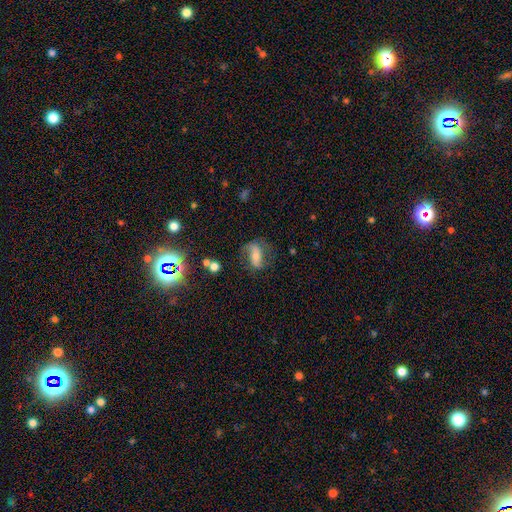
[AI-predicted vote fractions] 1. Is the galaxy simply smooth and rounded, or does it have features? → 58% featured or disk, 28% smooth, 14% star or artifact.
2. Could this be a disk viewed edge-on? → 91% no, 9% yes.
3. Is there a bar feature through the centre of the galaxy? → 45% strong, 28% weak, 27% no.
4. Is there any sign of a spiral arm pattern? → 83% yes, 17% no.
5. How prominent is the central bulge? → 42% small, 40% moderate, 8% none, 8% large, 3% dominant.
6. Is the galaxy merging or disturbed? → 62% none, 20% minor disturbance, 15% major disturbance, 3% merger.